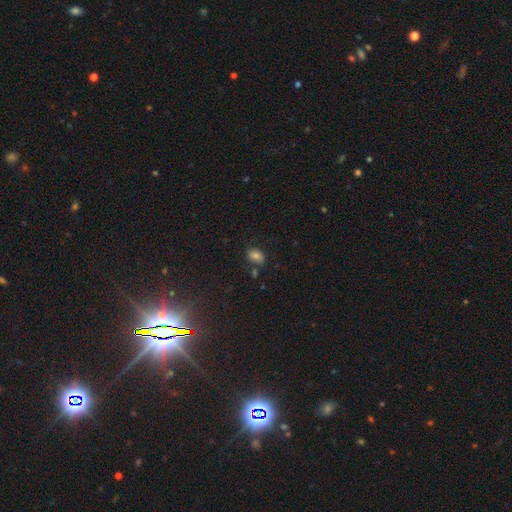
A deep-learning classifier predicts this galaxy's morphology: Smooth or featured: smooth — 71% (star or artifact — 16%)
How rounded: in between — 74% (round — 25%)
Merging: none — 67% (minor disturbance — 18%)